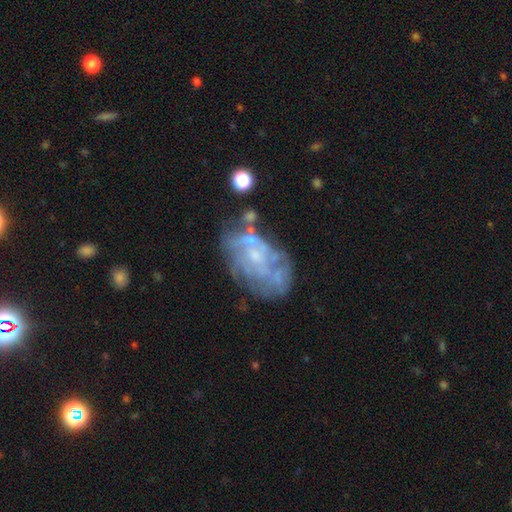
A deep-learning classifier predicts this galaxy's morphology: Overall: featured or disk (72%). Edge-on disk: no (97%). Bar: no (78%). Spiral arms: no (53%; yes 47%). Bulge size: small (51%; none 25%). Merging: none (46%; minor disturbance 23%).